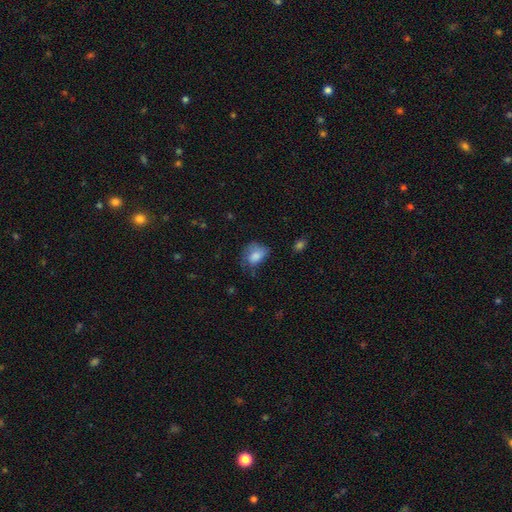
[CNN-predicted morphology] The model was most divided on "merging": none: 38%, minor disturbance: 34%, major disturbance: 25%, merger: 2%. More confident: smooth or featured — smooth (75%); how rounded — in between (70%).